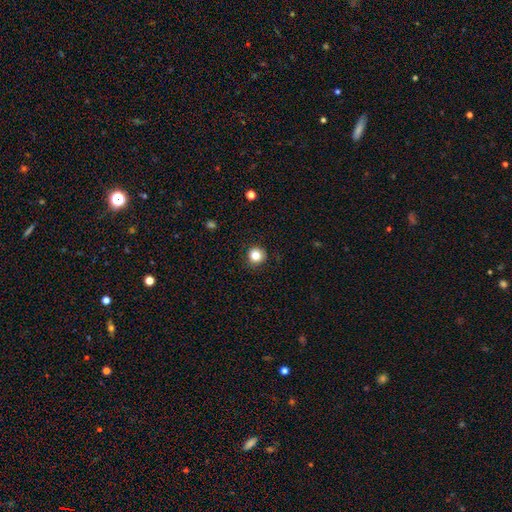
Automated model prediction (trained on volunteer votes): Overall: smooth (83%). How rounded: round (94%). Merging: none (90%).